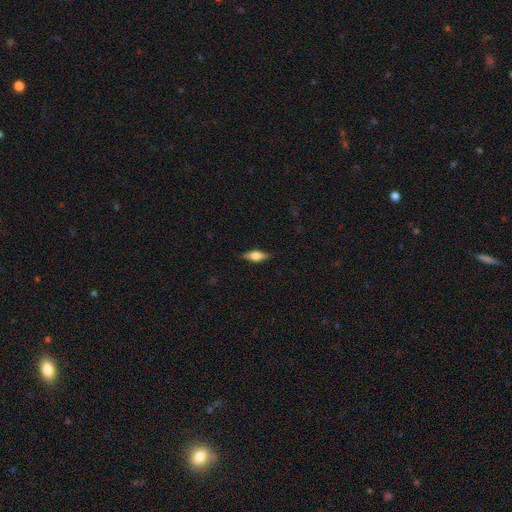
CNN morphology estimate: Smooth or featured: smooth — 52% (featured or disk — 41%)
How rounded: in between — 64% (cigar-shaped — 32%)
Merging: none — 86% (minor disturbance — 11%)